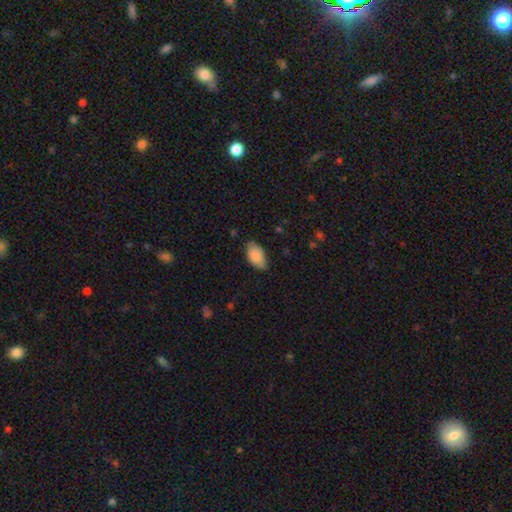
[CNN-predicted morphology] Smooth or featured: smooth — 86% (featured or disk — 8%)
How rounded: in between — 94% (round — 4%)
Merging: none — 76% (minor disturbance — 20%)